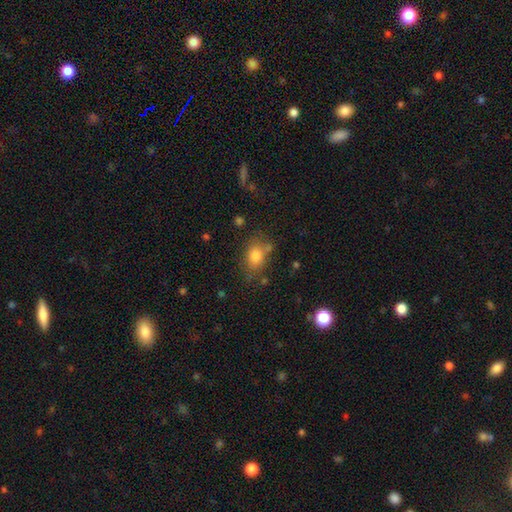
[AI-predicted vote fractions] Smooth or featured? smooth (80%)
How rounded? in between (68%)
Merging? none (64%)